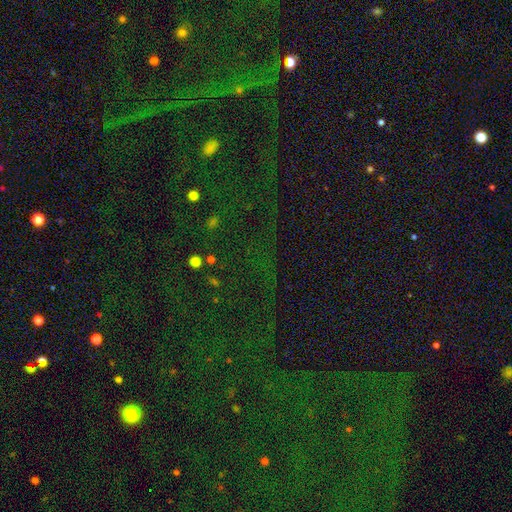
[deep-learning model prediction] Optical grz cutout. It shows a star or artifact, not a galaxy (79%).